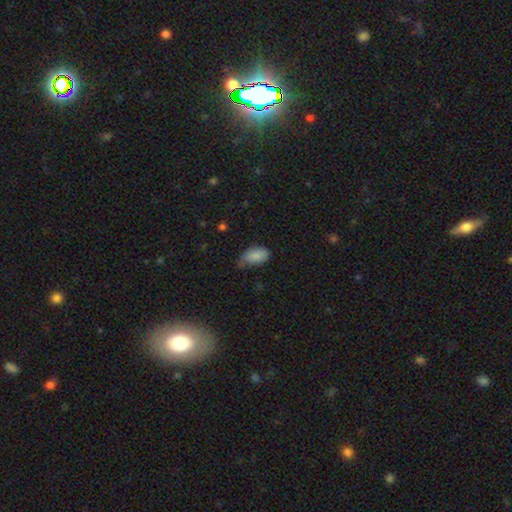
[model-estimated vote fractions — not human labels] Smooth or featured?
  - smooth: 83% *
  - featured or disk: 10%
  - star or artifact: 7%
How rounded?
  - in between: 93% *
  - round: 4%
  - cigar-shaped: 2%
Merging?
  - none: 46% *
  - minor disturbance: 42%
  - major disturbance: 10%
  - merger: 2%